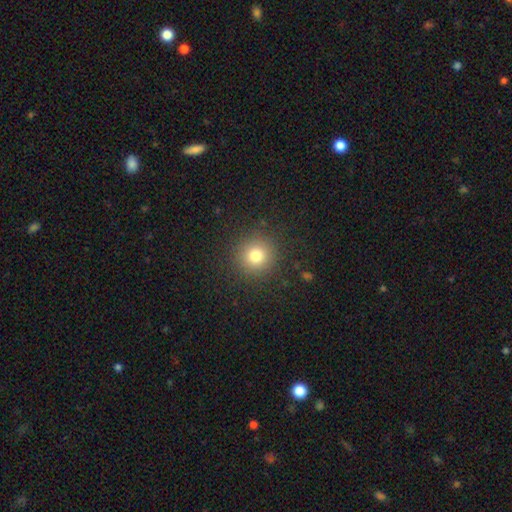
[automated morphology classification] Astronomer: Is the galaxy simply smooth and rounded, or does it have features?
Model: smooth — 78%.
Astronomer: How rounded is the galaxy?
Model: round — 93%.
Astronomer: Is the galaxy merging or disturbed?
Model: none — 89%.